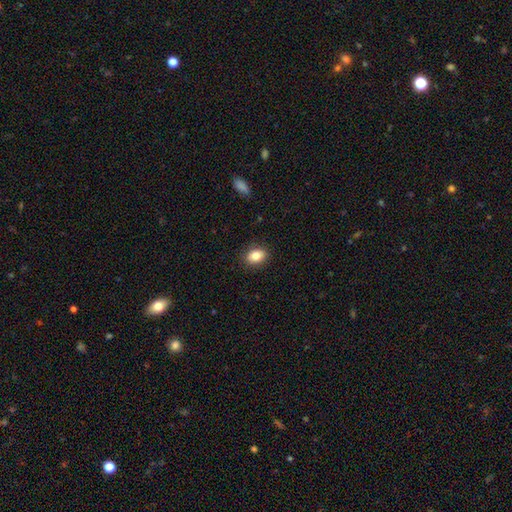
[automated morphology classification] Smooth or featured? smooth (83%)
How rounded? in between (75%)
Merging? none (88%)